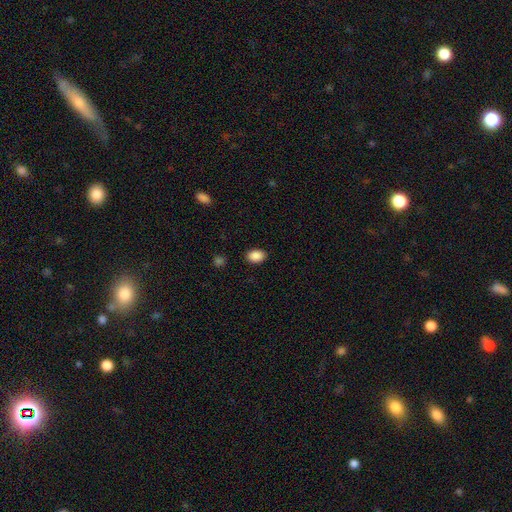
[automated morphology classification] Overall: smooth (89%). How rounded: in between (80%). Merging: none (88%).